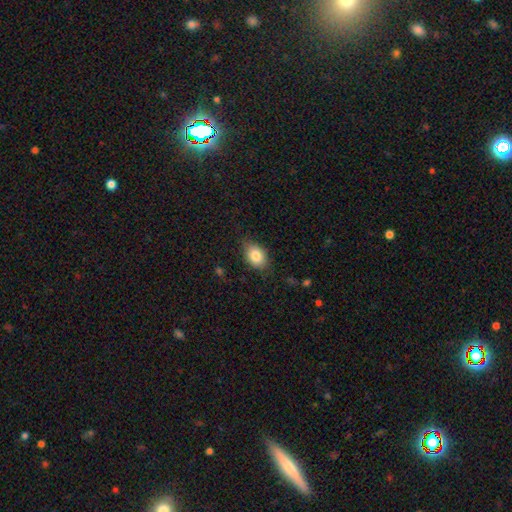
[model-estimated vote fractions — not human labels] This is clearly a smooth galaxy (83%). How rounded: clearly in between (81%). Merging: likely none (77%).